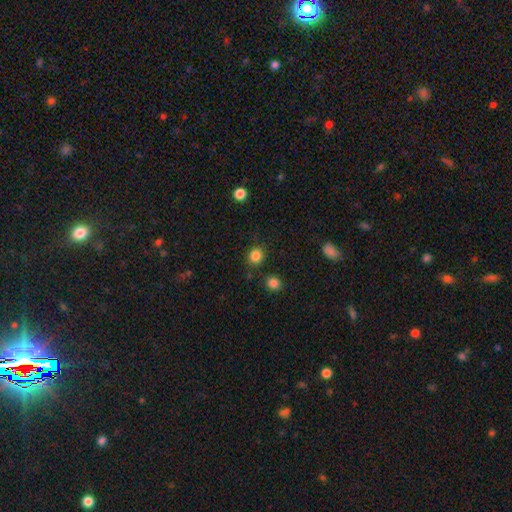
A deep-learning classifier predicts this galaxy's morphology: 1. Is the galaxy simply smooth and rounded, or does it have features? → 85% smooth, 11% star or artifact, 4% featured or disk.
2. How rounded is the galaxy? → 84% round, 15% in between, 1% cigar-shaped.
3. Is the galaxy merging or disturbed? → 87% none, 7% minor disturbance, 4% merger, 2% major disturbance.